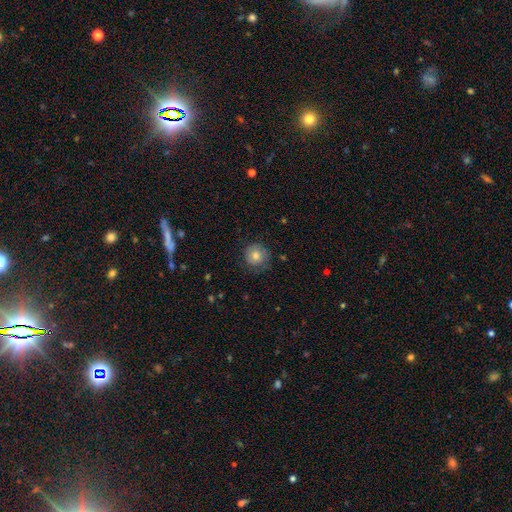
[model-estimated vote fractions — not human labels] Smooth or featured? smooth (74%)
How rounded? round (93%)
Merging? none (78%)